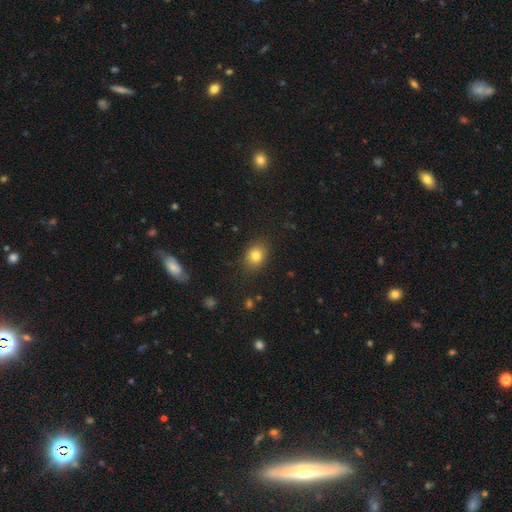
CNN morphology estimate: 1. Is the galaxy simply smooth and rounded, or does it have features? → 81% smooth, 11% star or artifact, 8% featured or disk.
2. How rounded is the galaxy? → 55% in between, 44% round, 1% cigar-shaped.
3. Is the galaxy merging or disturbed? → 85% none, 11% minor disturbance, 3% major disturbance, 1% merger.